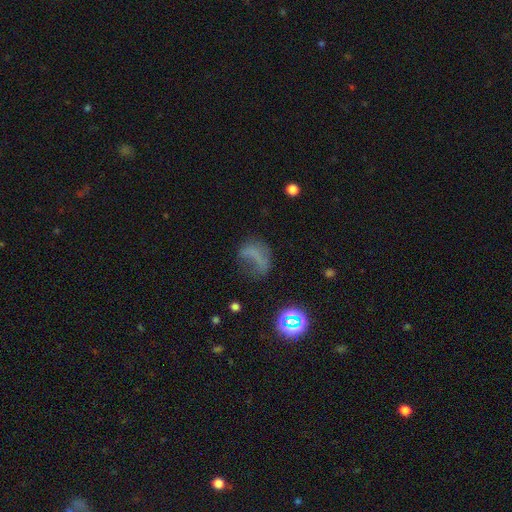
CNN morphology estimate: Smooth or featured? smooth (45%)
Merging? major disturbance (40%)